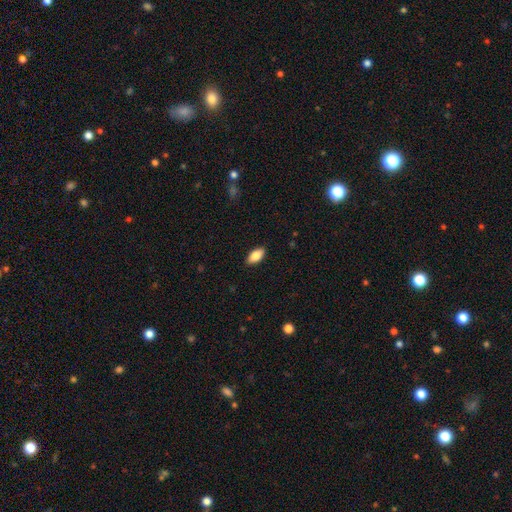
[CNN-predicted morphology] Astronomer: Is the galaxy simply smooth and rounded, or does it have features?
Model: smooth — 82%.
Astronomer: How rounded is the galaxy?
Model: in between — 91%.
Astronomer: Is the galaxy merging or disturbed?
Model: none — 89%.